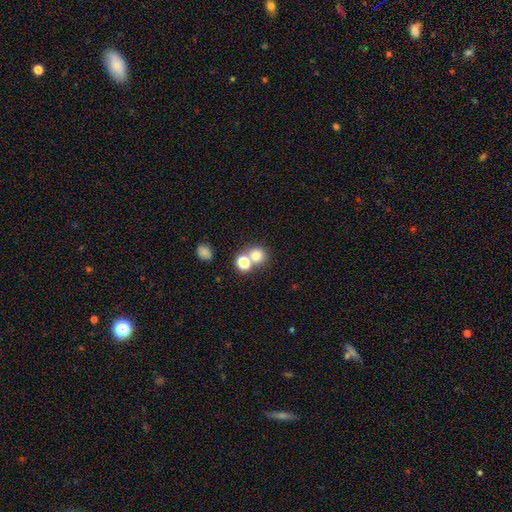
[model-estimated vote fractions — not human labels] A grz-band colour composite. It shows a smooth galaxy with no disk features (74%) that is round (83%). Merging: none (51%).